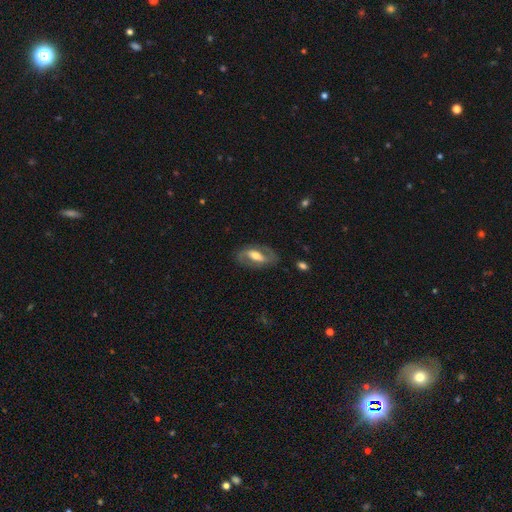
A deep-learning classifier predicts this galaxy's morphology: A featured or disk galaxy (70%) with a strong bar (46%), spiral arms (80%) and a moderate central bulge (59%).

Vote fractions:
- Smooth or featured? featured or disk: 70% / smooth: 24% / star or artifact: 6%
- Edge-on disk? no: 89% / yes: 11%
- Bar? strong: 46% / weak: 33% / no: 21%
- Spiral arms? yes: 80% / no: 20%
- Bulge size? moderate: 59% / large: 22% / small: 15% / none: 2% / dominant: 2%
- Merging? none: 77% / minor disturbance: 14% / major disturbance: 7% / merger: 1%